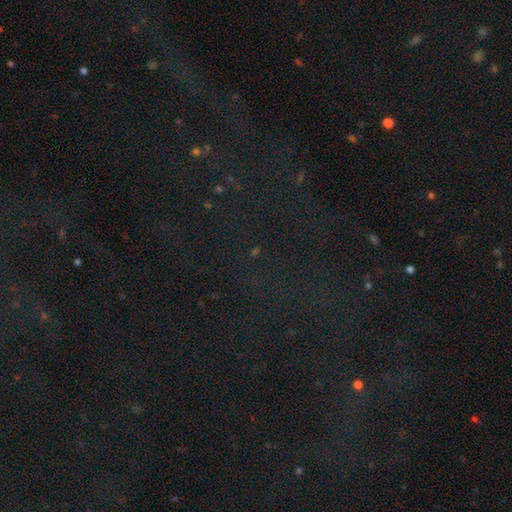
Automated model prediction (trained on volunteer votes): The model was most divided on "smooth or featured": star or artifact: 78%, smooth: 12%, featured or disk: 10%.